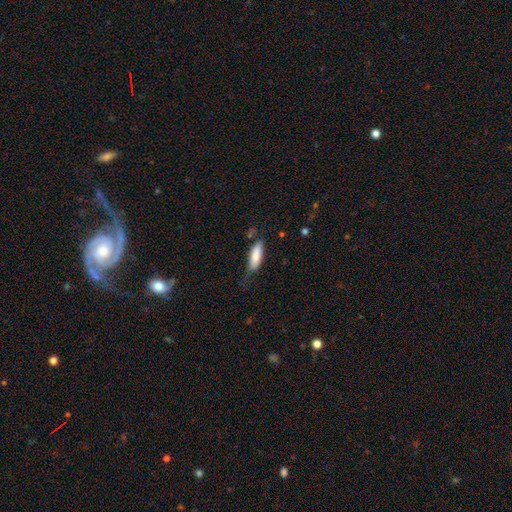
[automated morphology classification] Smooth or featured?
  - smooth: 78% *
  - featured or disk: 16%
  - star or artifact: 6%
How rounded?
  - in between: 55% *
  - cigar-shaped: 44%
  - round: 2%
Merging?
  - none: 56% *
  - minor disturbance: 30%
  - major disturbance: 10%
  - merger: 3%